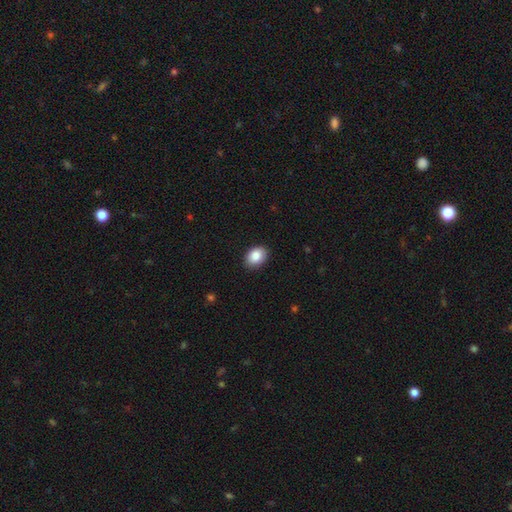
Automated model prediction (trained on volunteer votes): Smooth or featured: smooth — 87% (star or artifact — 7%)
How rounded: in between — 78% (round — 21%)
Merging: none — 87% (minor disturbance — 10%)